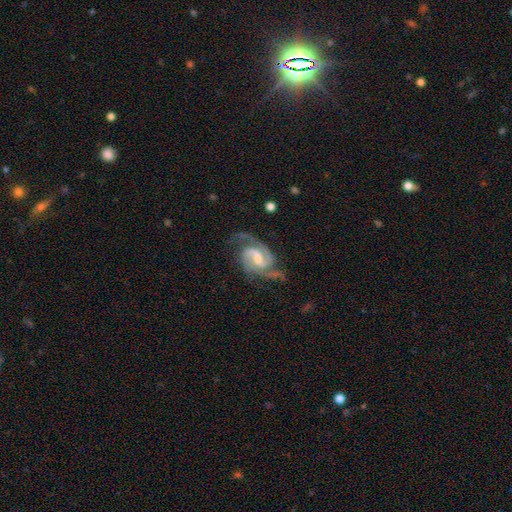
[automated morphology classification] smooth_or_featured: featured or disk (p=0.92) [alt: star or artifact p=0.04]
disk_edge_on: no (p=0.98) [alt: yes p=0.02]
bar: weak (p=0.55) [alt: strong p=0.28]
has_spiral_arms: yes (p=0.98) [alt: no p=0.02]
spiral_winding: medium (p=0.55) [alt: tight p=0.34]
spiral_arm_count: 2 (p=0.71) [alt: 3 p=0.17]
bulge_size: moderate (p=0.45) [alt: small p=0.35]
merging: none (p=0.70) [alt: minor disturbance p=0.19]